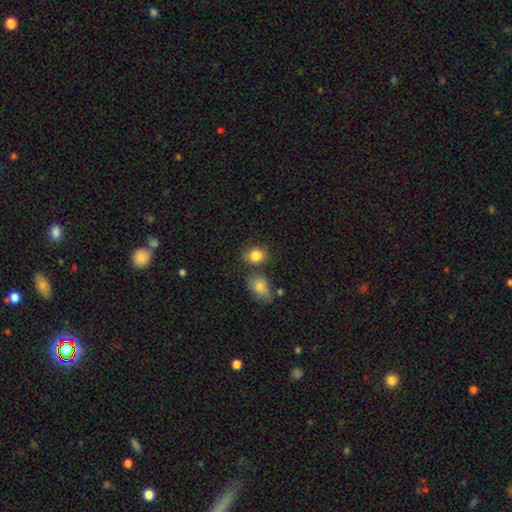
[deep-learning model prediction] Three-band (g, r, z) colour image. It shows a smooth galaxy with no disk features (84%) that is in between round and cigar-shaped (62%). Merging: none (63%).